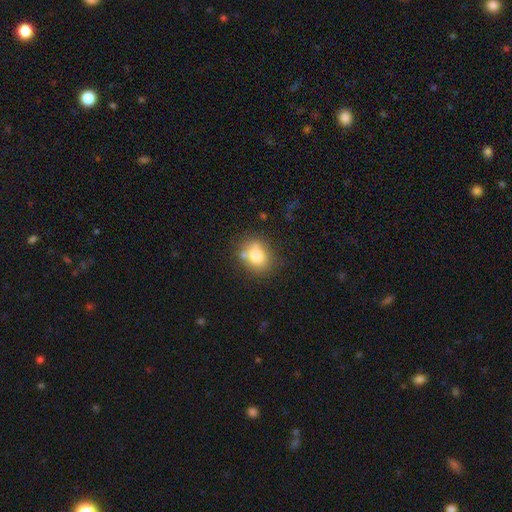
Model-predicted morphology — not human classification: This appears to be a smooth galaxy with no disk features (76%) that is round (61%). Merging: none (67%).